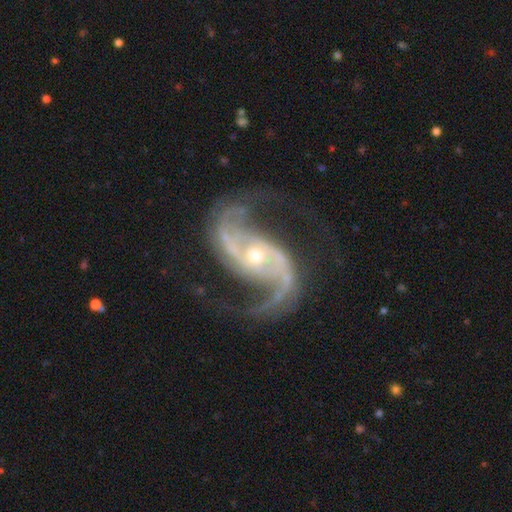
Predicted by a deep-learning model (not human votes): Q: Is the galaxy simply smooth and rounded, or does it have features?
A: featured or disk — 93%.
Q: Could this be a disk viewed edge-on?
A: no — 98%.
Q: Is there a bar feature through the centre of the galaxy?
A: no — 40%.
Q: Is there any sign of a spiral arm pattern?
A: yes — 98%.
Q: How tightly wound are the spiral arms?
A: medium — 52%.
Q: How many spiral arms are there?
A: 2 — 94%.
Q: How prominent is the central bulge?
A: small — 49%.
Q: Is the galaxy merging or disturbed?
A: none — 77%.